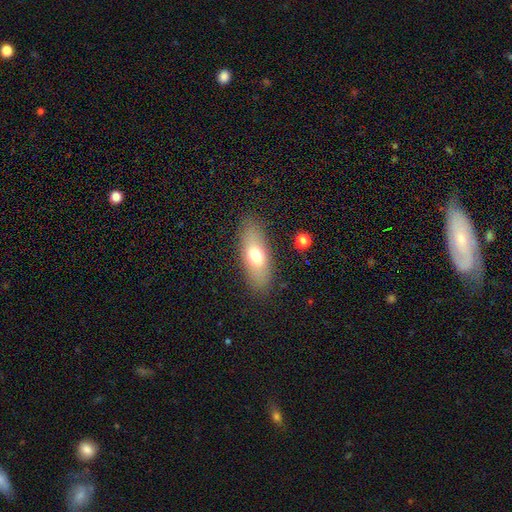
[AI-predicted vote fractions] smooth 68%, featured or disk 24%, star or artifact 8%. Down the decision tree: how rounded — in between (71%); merging — none (85%).